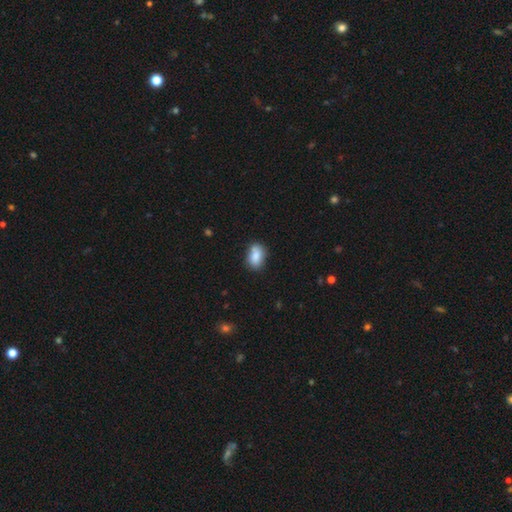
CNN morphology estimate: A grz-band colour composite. It shows a smooth galaxy with no disk features (84%) that is in between round and cigar-shaped (84%). Merging: none (66%).